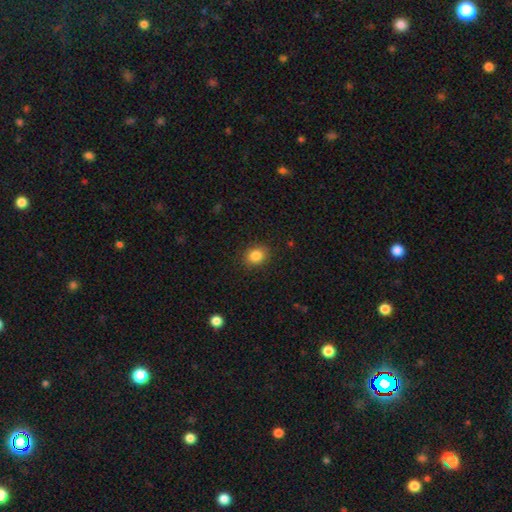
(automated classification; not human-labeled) A smooth galaxy with no disk features (85%) that is round (56%).

Vote fractions:
- Smooth or featured? smooth: 85% / star or artifact: 10% / featured or disk: 5%
- How rounded? round: 56% / in between: 43% / cigar-shaped: 1%
- Merging? none: 87% / minor disturbance: 9% / major disturbance: 3% / merger: 1%